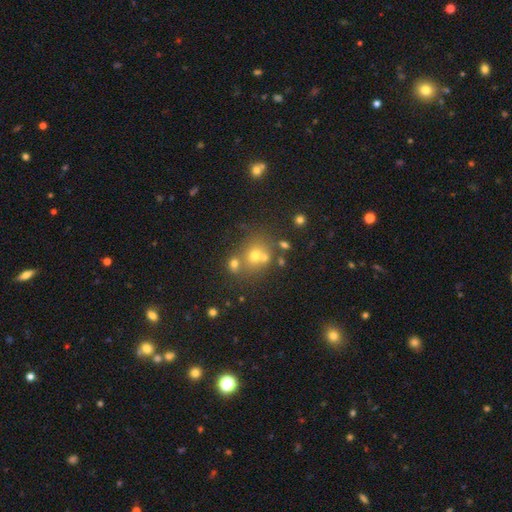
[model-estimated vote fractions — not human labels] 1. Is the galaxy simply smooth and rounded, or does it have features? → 59% smooth, 24% star or artifact, 17% featured or disk.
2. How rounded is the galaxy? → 77% round, 22% in between, 1% cigar-shaped.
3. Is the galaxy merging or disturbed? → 51% none, 35% merger, 10% minor disturbance, 5% major disturbance.